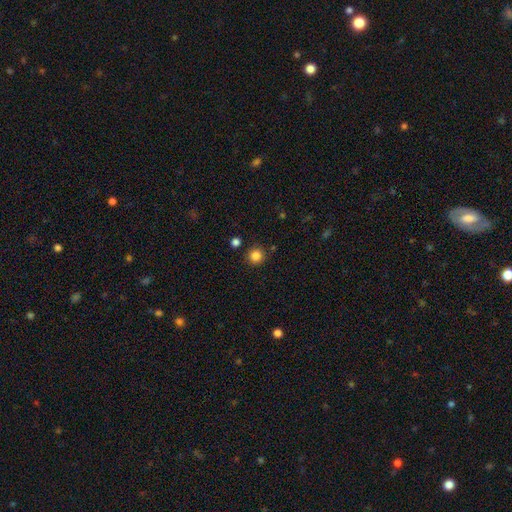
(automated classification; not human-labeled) Smooth or featured? Predicted: smooth (p=0.84). How rounded? Predicted: round (p=0.93). Merging? Predicted: none (p=0.88).